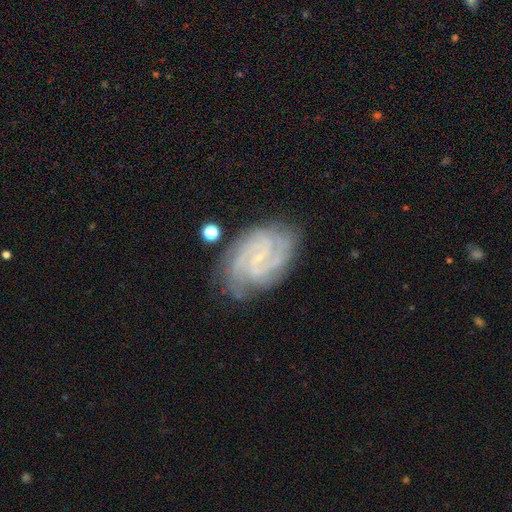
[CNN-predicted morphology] A featured or disk galaxy (81%) with no bar (48%), 3 (25%) tight (60%) spiral arms (97%) and a small central bulge (78%).

Vote fractions:
- Smooth or featured? featured or disk: 81% / smooth: 10% / star or artifact: 9%
- Edge-on disk? no: 97% / yes: 3%
- Bar? no: 48% / weak: 40% / strong: 12%
- Spiral arms? yes: 97% / no: 3%
- Spiral winding? tight: 60% / medium: 33% / loose: 7%
- Spiral arm count? 3: 25% / can't tell: 21% / 2: 21% / 4: 19% / more than 4: 8% / 1: 7%
- Bulge size? small: 78% / none: 10% / moderate: 10% / large: 1% / dominant: 1%
- Merging? none: 78% / minor disturbance: 15% / major disturbance: 5% / merger: 2%